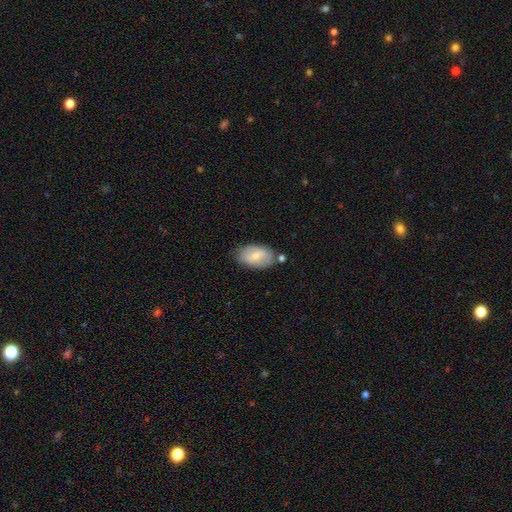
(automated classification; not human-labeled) This appears to be a smooth galaxy with no disk features (70%) that is in between round and cigar-shaped (92%). Merging: none (64%).